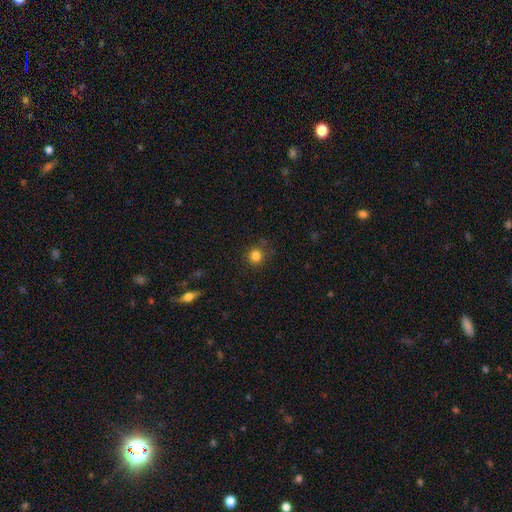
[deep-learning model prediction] Smooth or featured? smooth (83%)
How rounded? round (90%)
Merging? none (85%)